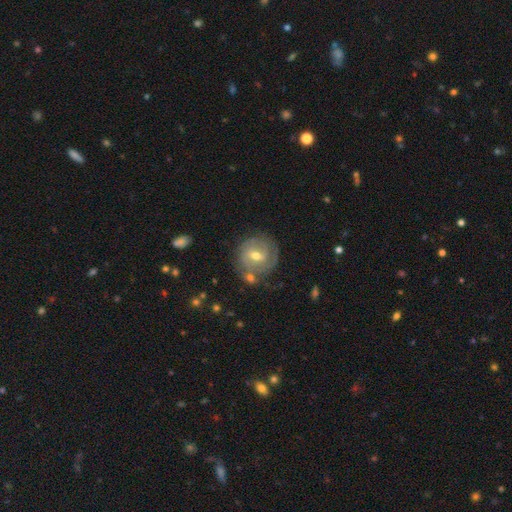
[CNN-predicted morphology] This appears to be a featured or disk galaxy (72%) with a weak bar (55%), 2 (43%) tight (67%) spiral arms (87%) and a moderate central bulge (63%). Merging: none (71%).